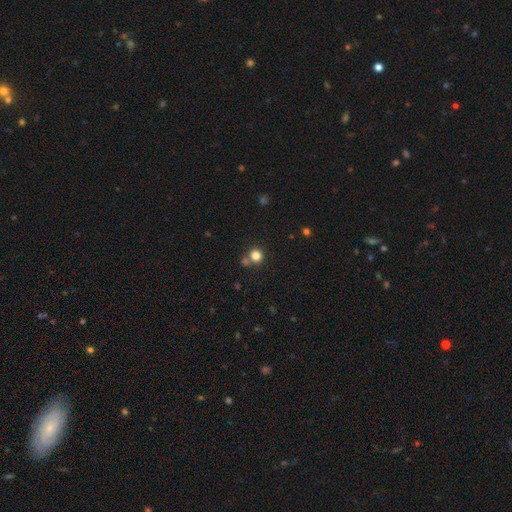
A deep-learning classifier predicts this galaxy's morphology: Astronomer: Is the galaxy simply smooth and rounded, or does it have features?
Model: smooth — 81%.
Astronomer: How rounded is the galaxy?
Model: round — 91%.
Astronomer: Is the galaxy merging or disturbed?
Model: none — 67%.